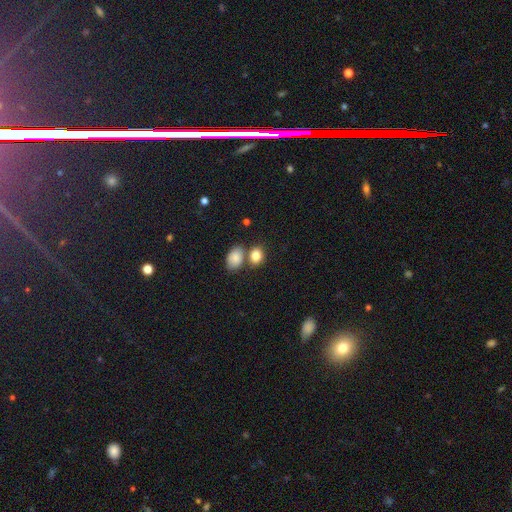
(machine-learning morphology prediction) The model was most divided on "how rounded": in between: 59%, round: 40%, cigar-shaped: 1%. More confident: smooth or featured — smooth (84%); merging — none (56%).